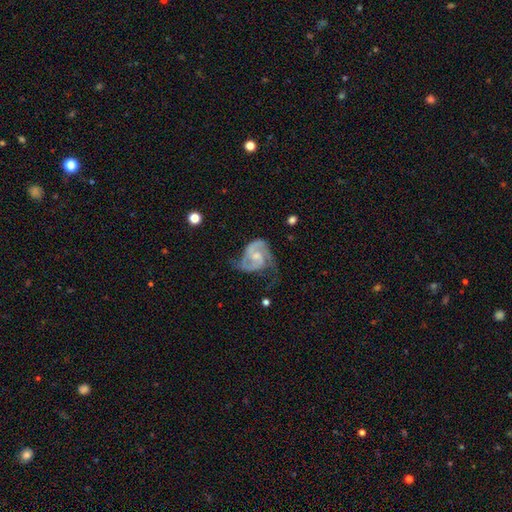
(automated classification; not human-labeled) Smooth or featured: featured or disk — 87% (smooth — 8%)
Edge-on disk: no — 98% (yes — 2%)
Bar: no — 55% (weak — 37%)
Spiral arms: yes — 96% (no — 4%)
Spiral winding: medium — 53% (tight — 28%)
Spiral arm count: 2 — 80% (3 — 8%)
Bulge size: small — 53% (moderate — 36%)
Merging: none — 46% (minor disturbance — 27%)